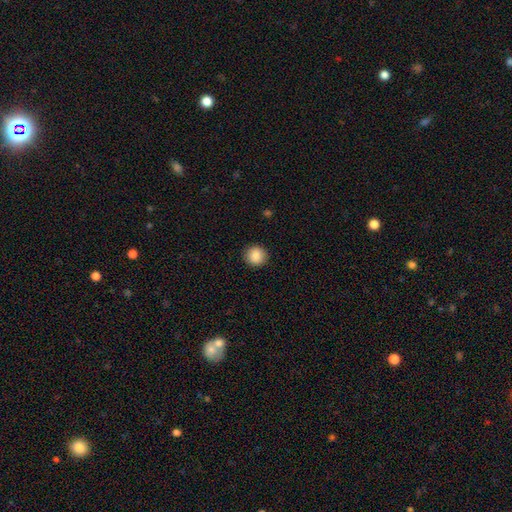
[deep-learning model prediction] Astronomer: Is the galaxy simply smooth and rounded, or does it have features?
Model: smooth — 87%.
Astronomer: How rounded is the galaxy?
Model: round — 93%.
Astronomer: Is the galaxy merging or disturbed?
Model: none — 92%.